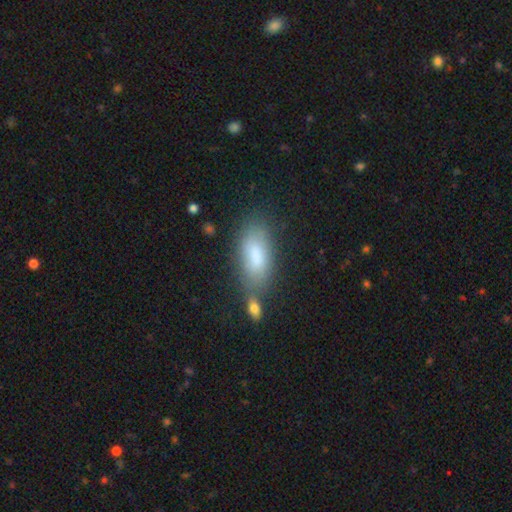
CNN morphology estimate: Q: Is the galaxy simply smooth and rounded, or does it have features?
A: smooth — 81%.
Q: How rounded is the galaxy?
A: in between — 86%.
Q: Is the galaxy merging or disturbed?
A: none — 60%.